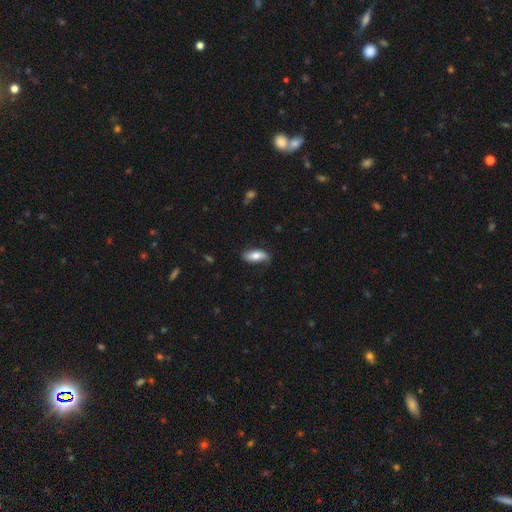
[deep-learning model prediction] Smooth or featured: smooth — 72% (featured or disk — 22%)
How rounded: in between — 80% (cigar-shaped — 17%)
Merging: none — 73% (minor disturbance — 21%)